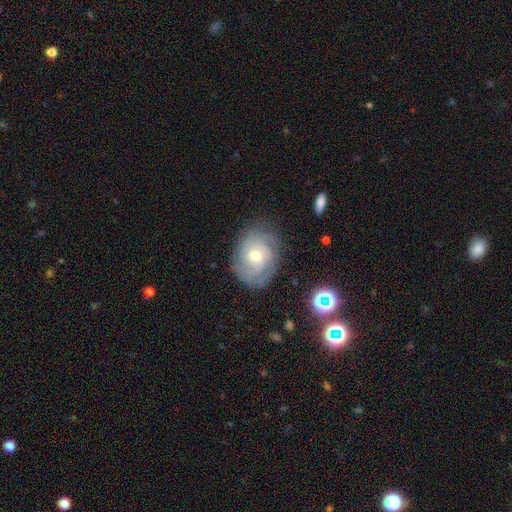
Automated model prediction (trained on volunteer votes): Overall: featured or disk (76%). Edge-on disk: no (97%). Bar: no (70%). Spiral arms: yes (92%). Spiral arm count: can't tell (38%; 2 25%). Spiral winding: tight (66%; medium 27%). Bulge size: moderate (54%; small 42%). Merging: none (76%).